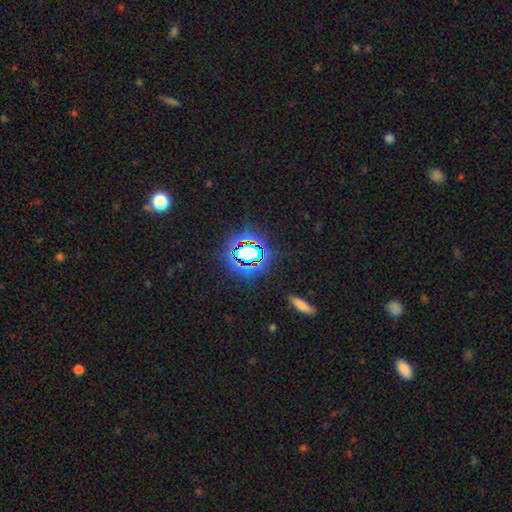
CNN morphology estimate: A star or artifact, not a galaxy (75%).